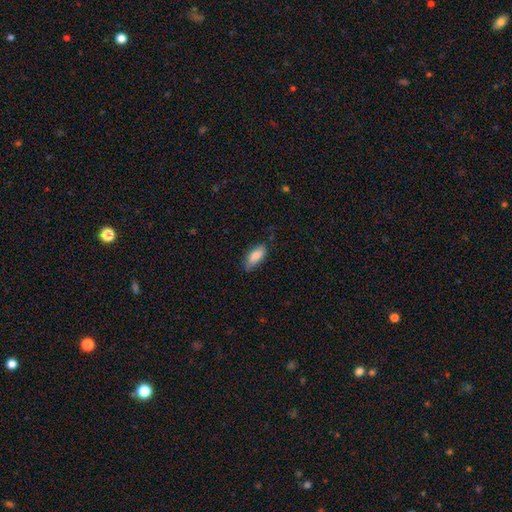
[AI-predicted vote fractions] Morphology: type=smooth (84%); roundness=in between (81%); merging=none (75%).